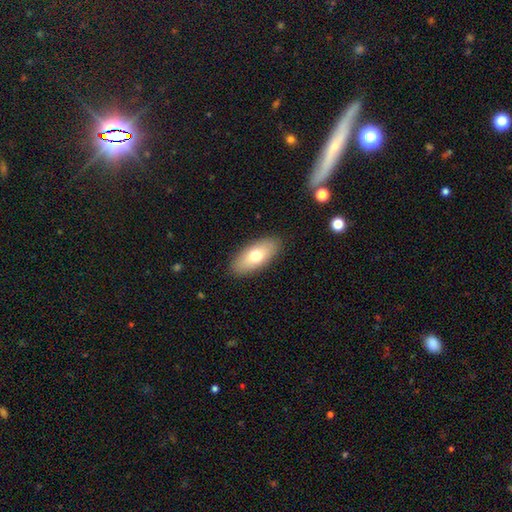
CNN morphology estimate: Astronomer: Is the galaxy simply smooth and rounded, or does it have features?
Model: smooth — 71%.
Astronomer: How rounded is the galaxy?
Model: in between — 84%.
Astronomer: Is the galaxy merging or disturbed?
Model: none — 88%.